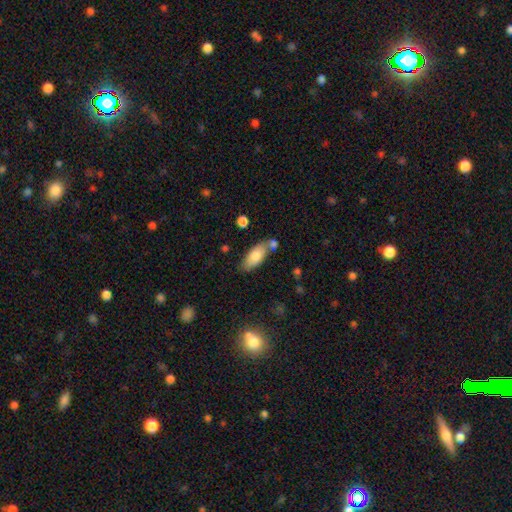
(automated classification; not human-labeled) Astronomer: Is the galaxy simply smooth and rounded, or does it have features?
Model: smooth — 80%.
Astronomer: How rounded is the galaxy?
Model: in between — 85%.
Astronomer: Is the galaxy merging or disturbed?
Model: none — 63%.